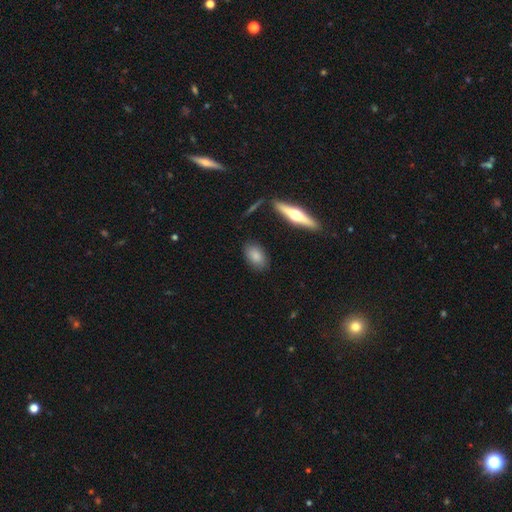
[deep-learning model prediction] smooth_or_featured: smooth (p=0.82) [alt: featured or disk p=0.12]
how_rounded: in between (p=0.85) [alt: round p=0.10]
merging: none (p=0.85) [alt: minor disturbance p=0.10]